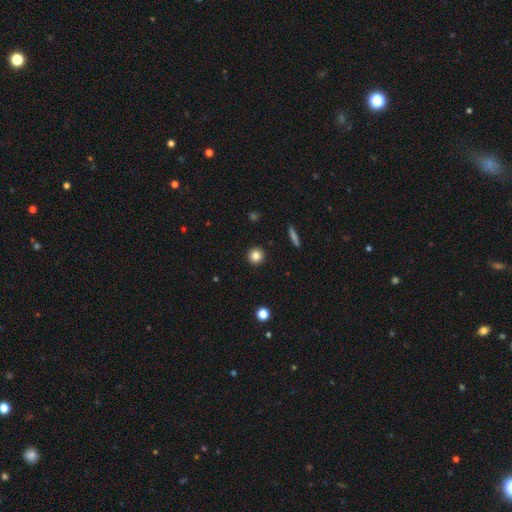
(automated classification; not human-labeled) Overall: smooth (84%). How rounded: round (95%). Merging: none (93%).